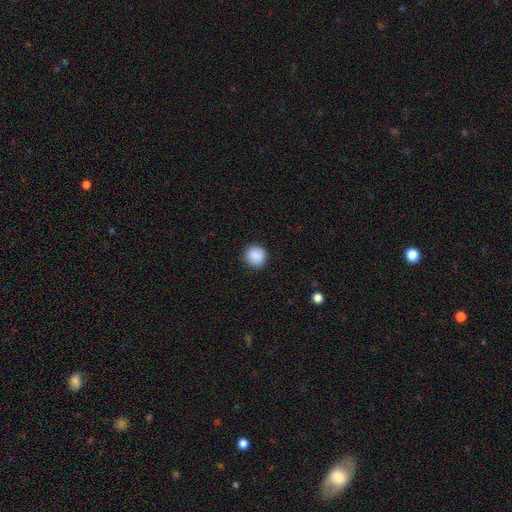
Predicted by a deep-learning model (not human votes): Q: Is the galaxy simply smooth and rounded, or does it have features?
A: smooth — 89%.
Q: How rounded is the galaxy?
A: round — 91%.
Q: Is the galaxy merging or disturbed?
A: none — 90%.